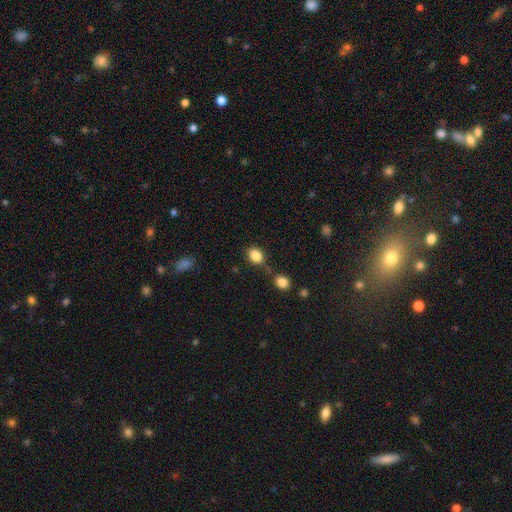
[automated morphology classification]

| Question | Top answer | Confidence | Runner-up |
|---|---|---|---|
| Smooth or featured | smooth | 85% | star or artifact (10%) |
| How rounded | in between | 61% | round (38%) |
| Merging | none | 70% | minor disturbance (15%) |